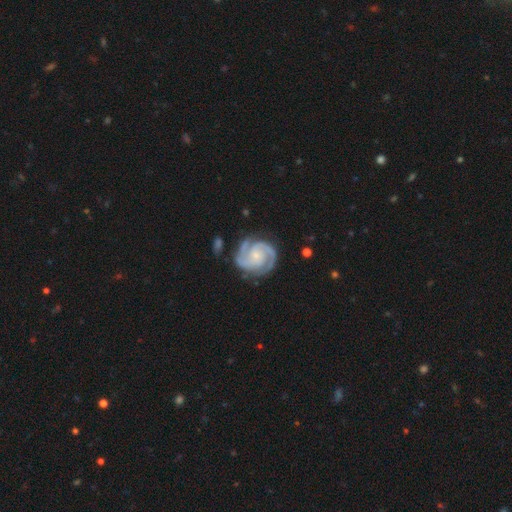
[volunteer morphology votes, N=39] featured or disk 92%, smooth 8%, star or artifact 0%. Down the decision tree: edge-on disk — no (100%); bar — no (69%); spiral arms — yes (100%); spiral arm count — 2 (89%); spiral winding — tight (69%); bulge size — small (61%); merging — none (82%).